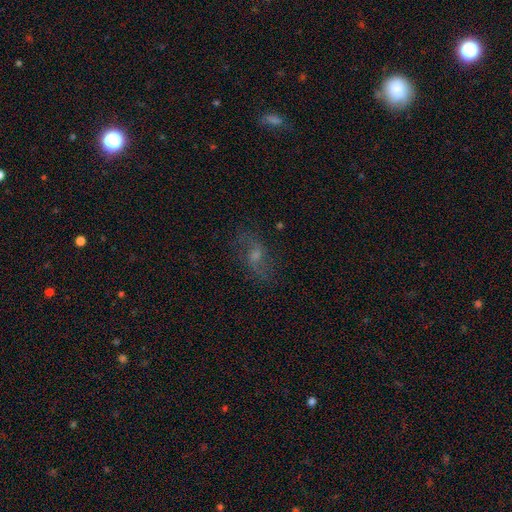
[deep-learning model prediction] smooth-or-featured: featured or disk: 56% | smooth: 26% | star or artifact: 18%
  disk-edge-on: no: 90% | yes: 10%
    bar: no: 49% | weak: 42% | strong: 10%
    has-spiral-arms: yes: 81% | no: 19%
    bulge-size: moderate: 48% | small: 34% | none: 8% | large: 8% | dominant: 2%
  merging: none: 73% | minor disturbance: 16% | major disturbance: 9% | merger: 2%